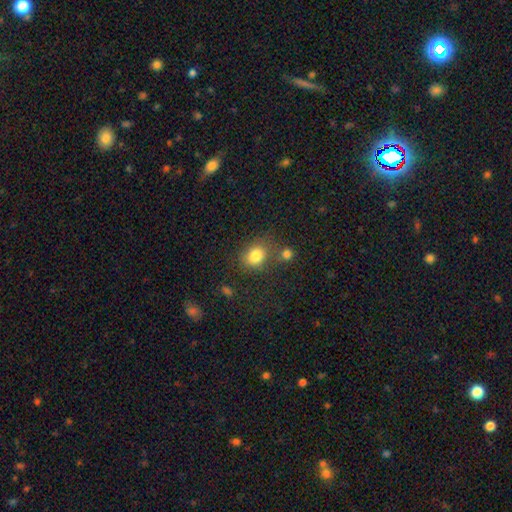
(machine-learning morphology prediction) Overall: smooth (82%). How rounded: in between (53%; round 45%). Merging: none (59%).